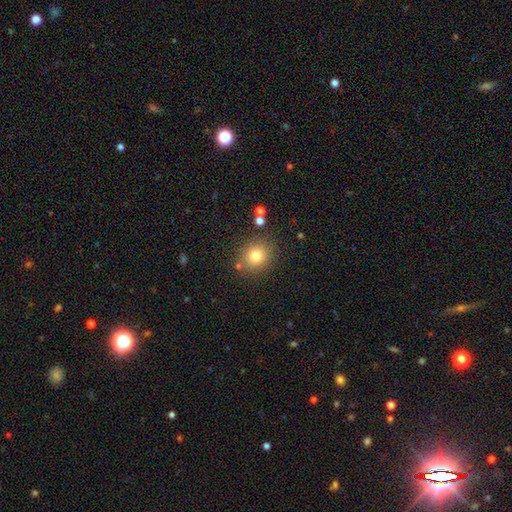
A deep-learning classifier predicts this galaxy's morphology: Smooth or featured? Predicted: smooth (p=0.78). How rounded? Predicted: round (p=0.82). Merging? Predicted: none (p=0.83).